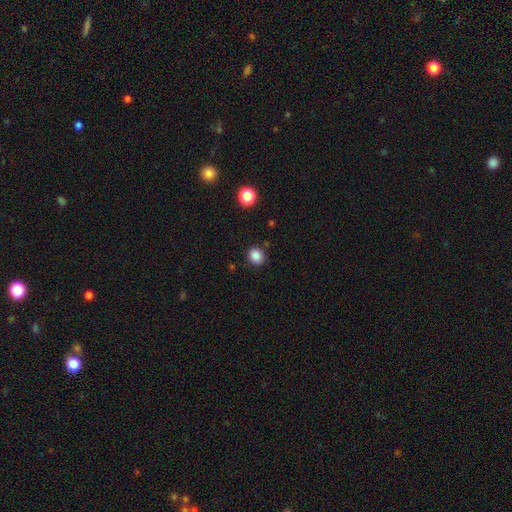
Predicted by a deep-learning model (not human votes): Overall: smooth (86%). How rounded: round (66%; in between 33%). Merging: none (88%).